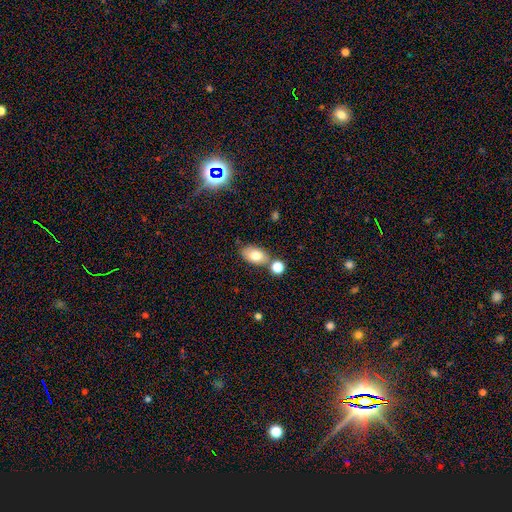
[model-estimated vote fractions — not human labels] smooth_or_featured: smooth (p=0.77) [alt: featured or disk p=0.14]
how_rounded: in between (p=0.88) [alt: round p=0.10]
merging: none (p=0.65) [alt: merger p=0.19]